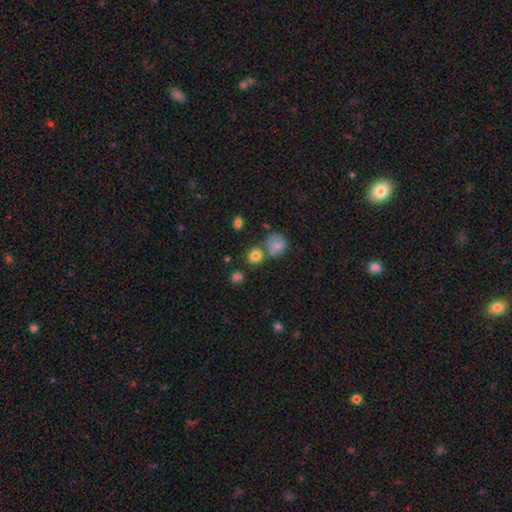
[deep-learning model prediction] A smooth galaxy with no disk features (80%) that is round (85%).

Vote fractions:
- Smooth or featured? smooth: 80% / star or artifact: 13% / featured or disk: 7%
- How rounded? round: 85% / in between: 13% / cigar-shaped: 1%
- Merging? none: 63% / merger: 23% / minor disturbance: 10% / major disturbance: 4%